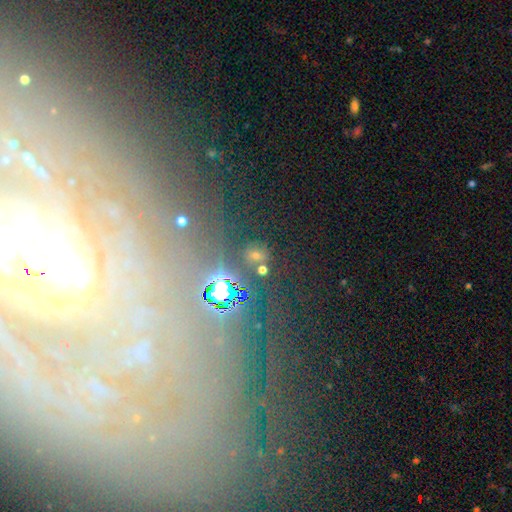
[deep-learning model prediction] The model was most divided on "smooth or featured": star or artifact: 48%, smooth: 39%, featured or disk: 13%.